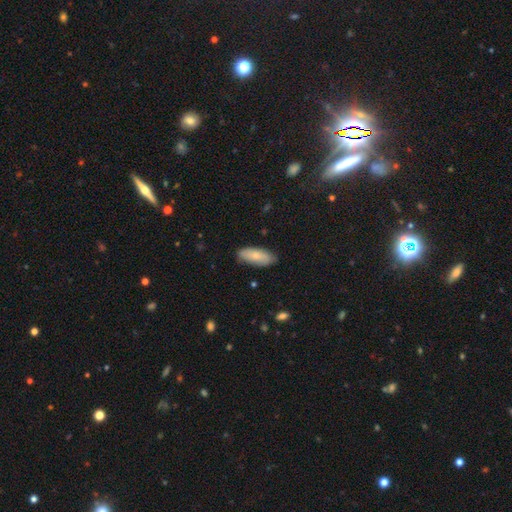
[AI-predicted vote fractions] This appears to be a smooth galaxy with no disk features (77%) that is in between round and cigar-shaped (79%). Merging: none (81%).